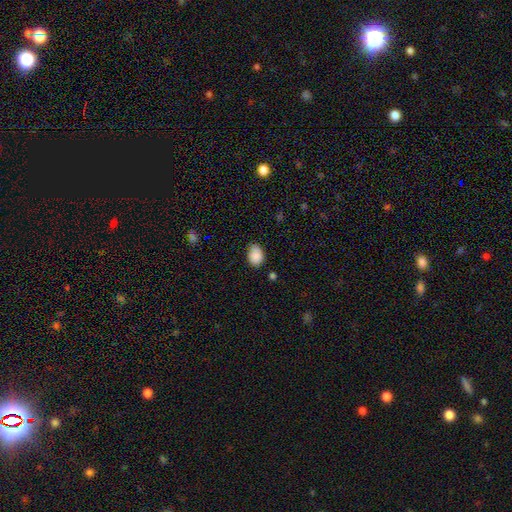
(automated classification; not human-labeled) smooth_or_featured: smooth (p=0.88) [alt: star or artifact p=0.08]
how_rounded: in between (p=0.76) [alt: round p=0.23]
merging: none (p=0.74) [alt: minor disturbance p=0.21]